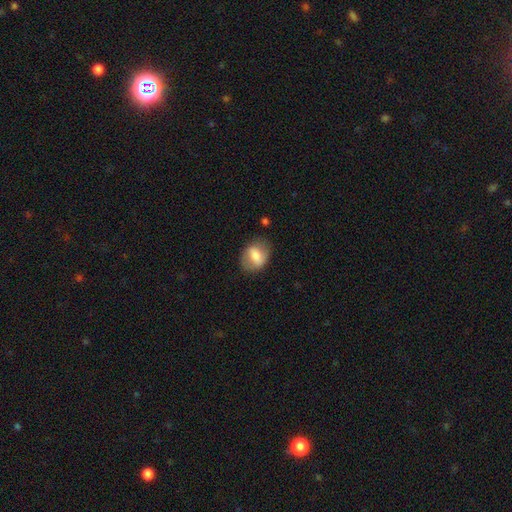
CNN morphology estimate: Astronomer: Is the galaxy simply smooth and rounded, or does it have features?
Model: smooth — 62%.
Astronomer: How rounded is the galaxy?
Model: in between — 66%.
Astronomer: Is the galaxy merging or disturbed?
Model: none — 74%.